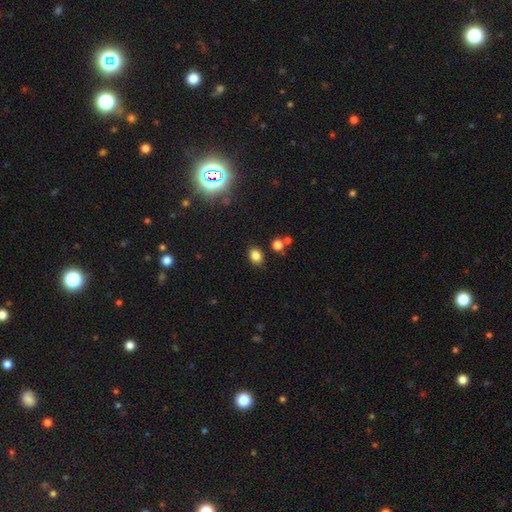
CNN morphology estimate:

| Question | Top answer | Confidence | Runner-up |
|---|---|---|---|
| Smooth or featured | smooth | 81% | star or artifact (13%) |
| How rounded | in between | 58% | round (41%) |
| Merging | none | 85% | minor disturbance (9%) |